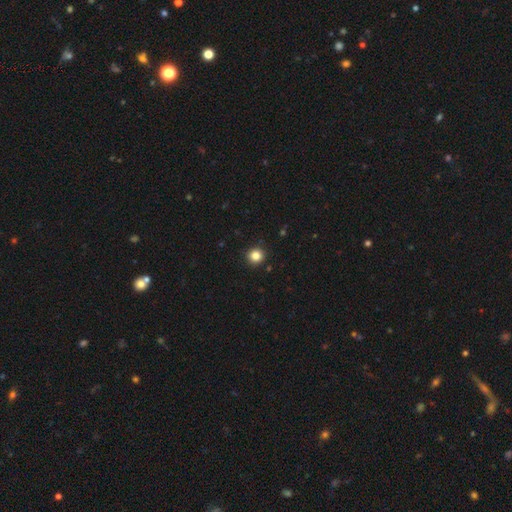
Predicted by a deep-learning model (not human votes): This is clearly a smooth galaxy (84%). How rounded: clearly round (93%). Merging: clearly none (92%).